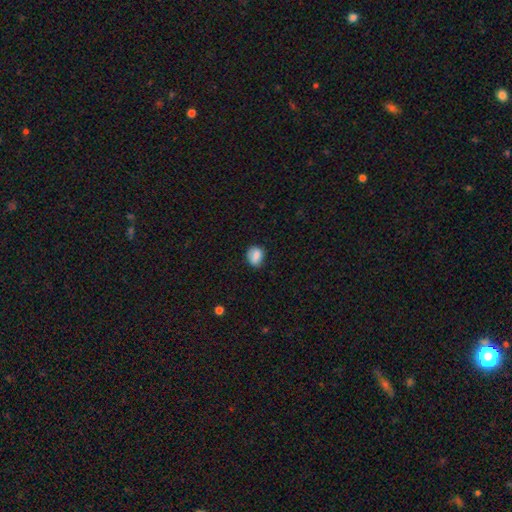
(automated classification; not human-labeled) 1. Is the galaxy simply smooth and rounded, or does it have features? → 82% smooth, 9% featured or disk, 9% star or artifact.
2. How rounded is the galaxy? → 51% round, 48% in between, 1% cigar-shaped.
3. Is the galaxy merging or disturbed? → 70% none, 23% minor disturbance, 5% major disturbance, 2% merger.